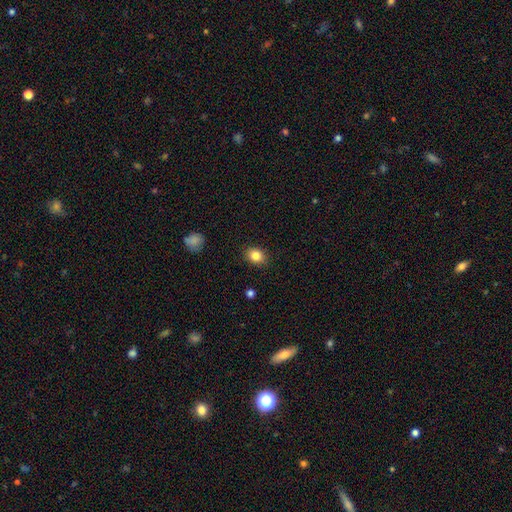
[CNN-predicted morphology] A smooth galaxy with no disk features (84%) that is in between round and cigar-shaped (50%). Merging: none (88%).